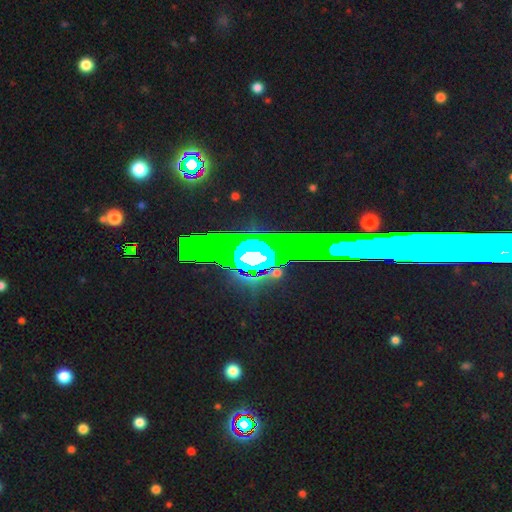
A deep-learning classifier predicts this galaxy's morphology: This appears to be a featured or disk galaxy (60%) viewed edge-on (52%). Merging: none (82%).